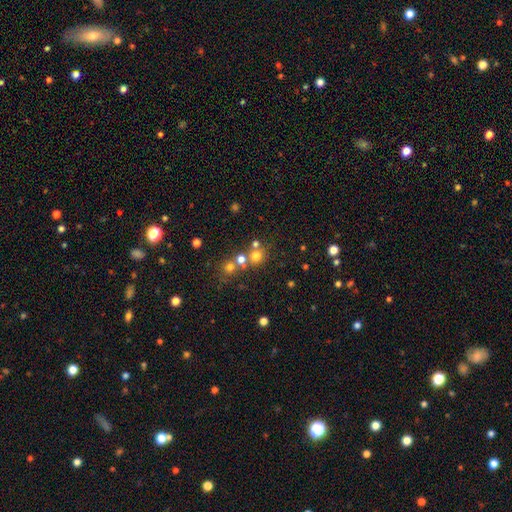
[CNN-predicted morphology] smooth 68%, star or artifact 21%, featured or disk 11%. Down the decision tree: how rounded — round (86%); merging — none (58%).